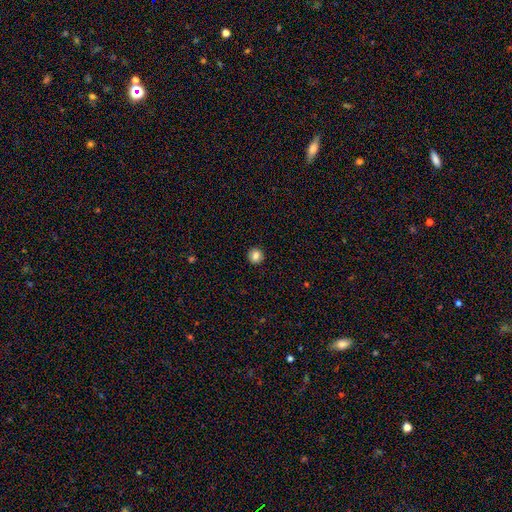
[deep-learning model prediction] smooth_or_featured: smooth (p=0.83) [alt: star or artifact p=0.10]
how_rounded: round (p=0.90) [alt: in between p=0.09]
merging: none (p=0.91) [alt: minor disturbance p=0.06]